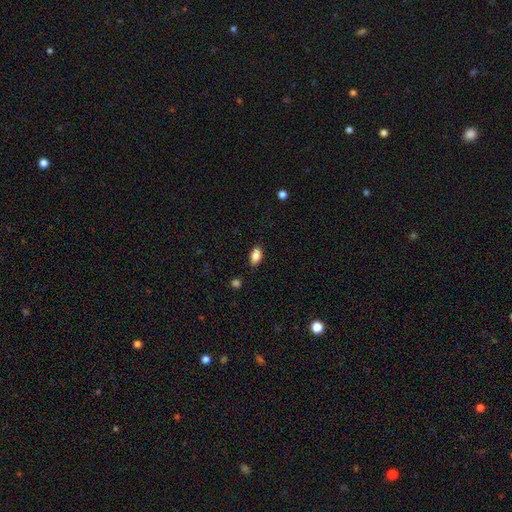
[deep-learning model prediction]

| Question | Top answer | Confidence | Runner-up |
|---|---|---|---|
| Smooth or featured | smooth | 86% | star or artifact (8%) |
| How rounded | in between | 91% | round (6%) |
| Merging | none | 84% | minor disturbance (12%) |